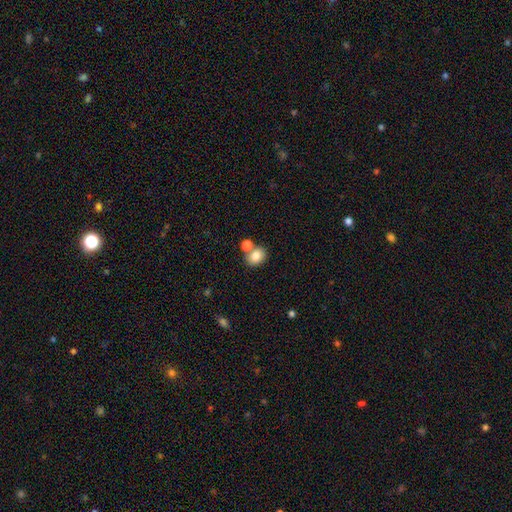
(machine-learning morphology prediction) This appears to be a smooth galaxy with no disk features (82%) that is round (50%). Merging: none (60%).